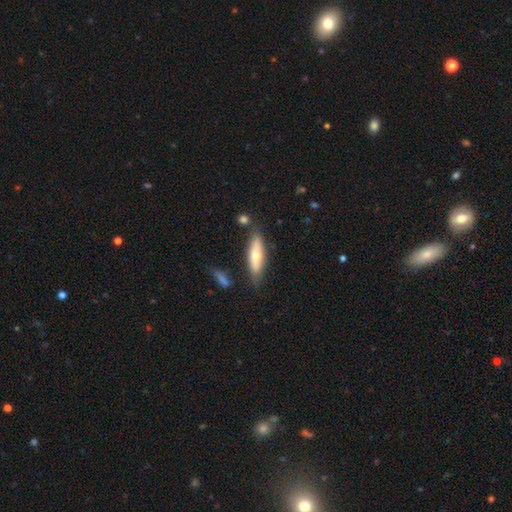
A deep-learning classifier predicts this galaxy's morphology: Overall: smooth (60%; featured or disk 34%). How rounded: cigar-shaped (57%; in between 41%). Merging: none (71%).